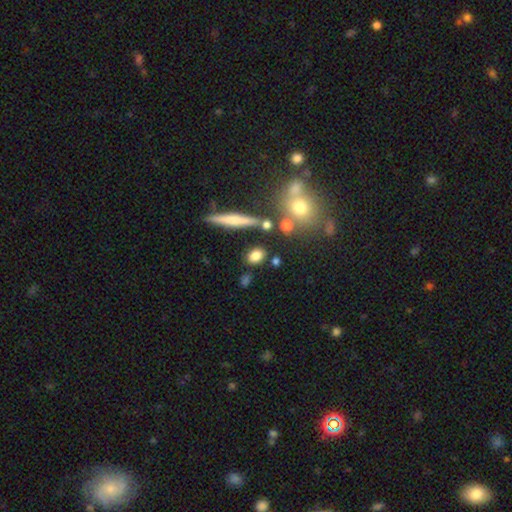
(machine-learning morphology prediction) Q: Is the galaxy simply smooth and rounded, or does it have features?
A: smooth — 78%.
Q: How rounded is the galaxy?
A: in between — 58%.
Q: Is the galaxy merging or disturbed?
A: none — 78%.